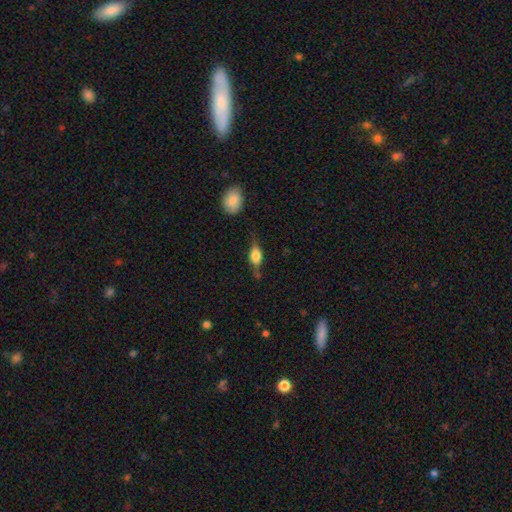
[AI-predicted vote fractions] smooth-or-featured: smooth: 48% | featured or disk: 44% | star or artifact: 8%
  merging: none: 65% | minor disturbance: 22% | major disturbance: 9% | merger: 4%